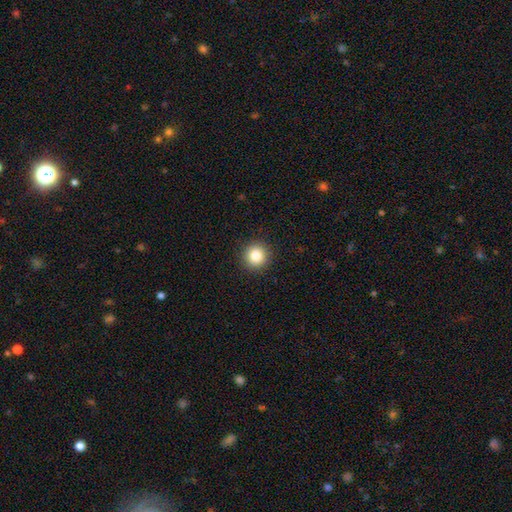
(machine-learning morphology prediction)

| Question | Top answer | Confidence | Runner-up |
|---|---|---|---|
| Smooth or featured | smooth | 84% | star or artifact (11%) |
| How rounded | round | 94% | in between (5%) |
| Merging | none | 92% | minor disturbance (5%) |